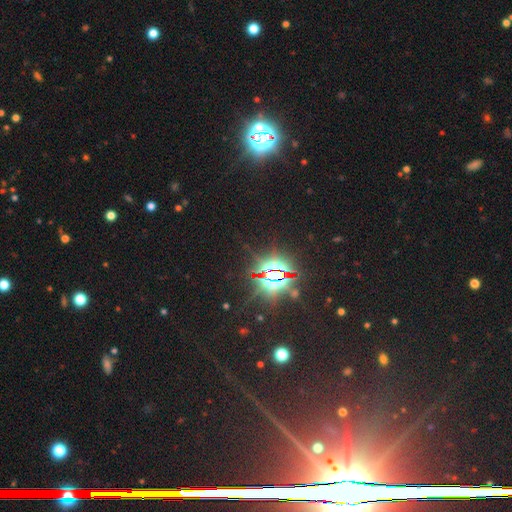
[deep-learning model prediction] This appears to be a star or artifact, not a galaxy (82%).